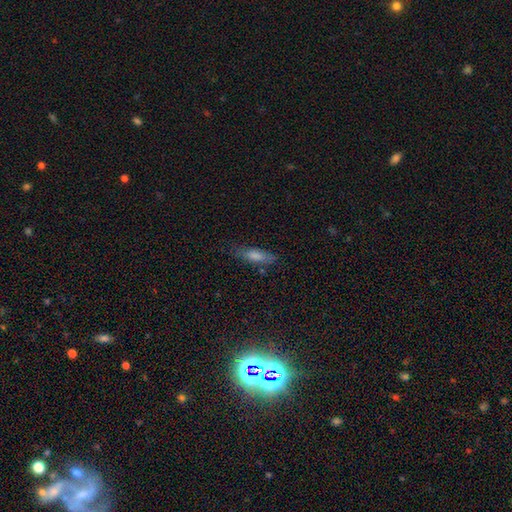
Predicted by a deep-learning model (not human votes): Overall: smooth (75%). How rounded: cigar-shaped (51%; in between 47%). Merging: none (74%).